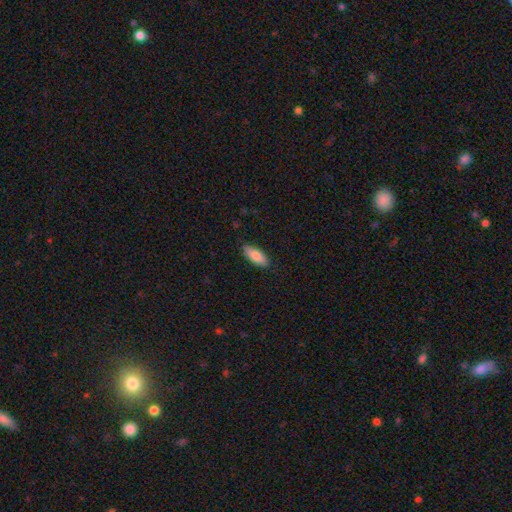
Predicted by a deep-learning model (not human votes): Morphology: type=smooth (81%); roundness=in between (74%); merging=none (87%).